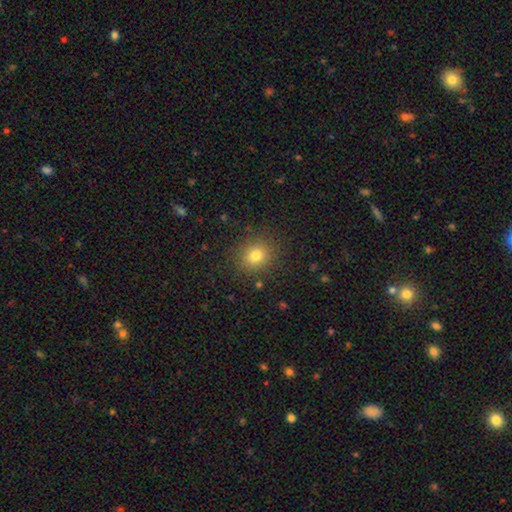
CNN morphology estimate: Smooth or featured: smooth — 77% (star or artifact — 15%)
How rounded: round — 80% (in between — 19%)
Merging: none — 87% (minor disturbance — 8%)